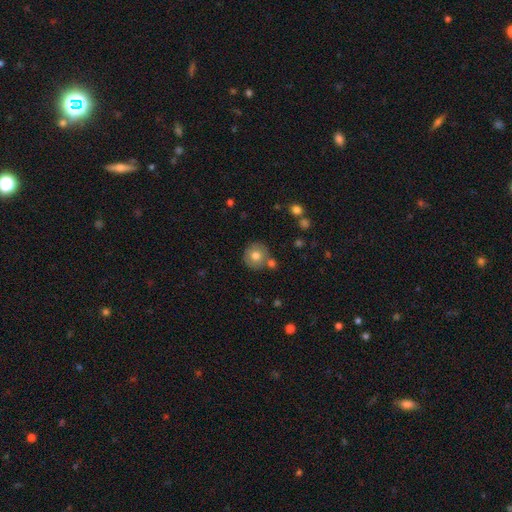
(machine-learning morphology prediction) Smooth or featured?
  - smooth: 73% *
  - featured or disk: 18%
  - star or artifact: 9%
How rounded?
  - round: 91% *
  - in between: 8%
  - cigar-shaped: 1%
Merging?
  - none: 69% *
  - merger: 17%
  - minor disturbance: 11%
  - major disturbance: 3%